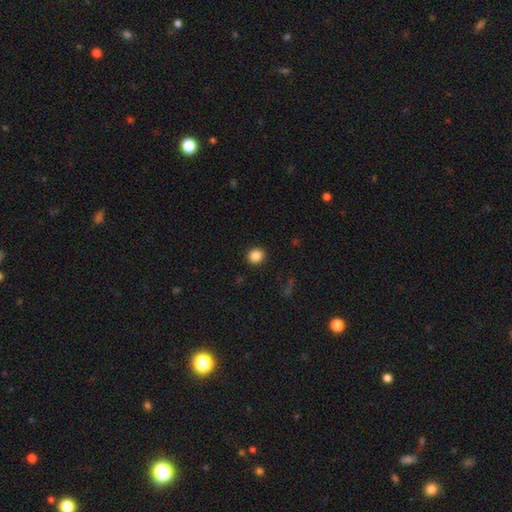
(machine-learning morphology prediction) This appears to be a smooth galaxy with no disk features (86%) that is round (89%). Merging: none (92%).